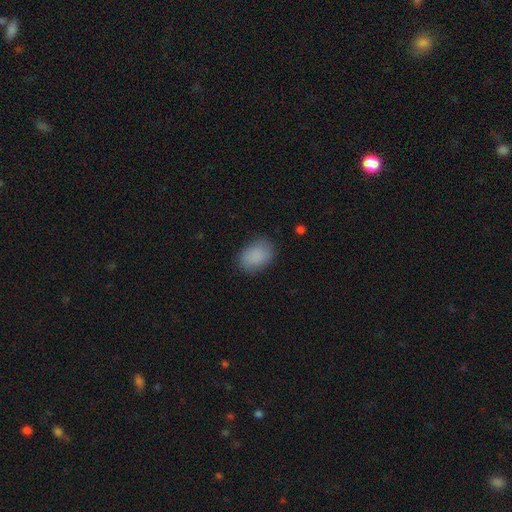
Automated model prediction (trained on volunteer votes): smooth-or-featured: smooth: 88% | star or artifact: 8% | featured or disk: 5%
  how-rounded: in between: 78% | round: 21% | cigar-shaped: 1%
  merging: none: 82% | minor disturbance: 14% | major disturbance: 3% | merger: 1%